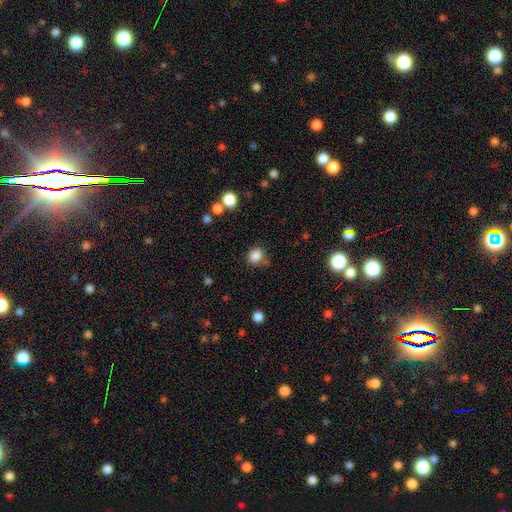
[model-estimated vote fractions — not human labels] smooth_or_featured: smooth (p=0.85) [alt: star or artifact p=0.11]
how_rounded: round (p=0.75) [alt: in between p=0.24]
merging: none (p=0.71) [alt: minor disturbance p=0.17]